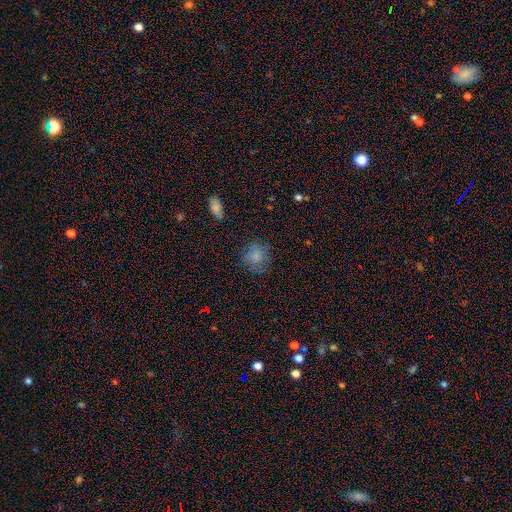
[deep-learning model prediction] Smooth or featured: smooth — 72% (featured or disk — 16%)
How rounded: round — 79% (in between — 20%)
Merging: none — 71% (minor disturbance — 19%)